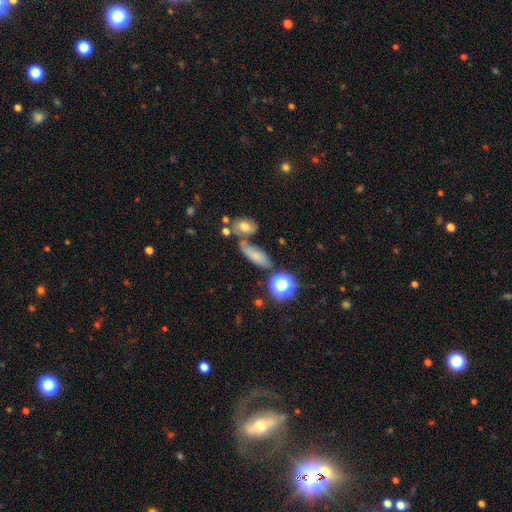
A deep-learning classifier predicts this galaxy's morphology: Smooth or featured? smooth (68%)
How rounded? in between (64%)
Merging? none (53%)